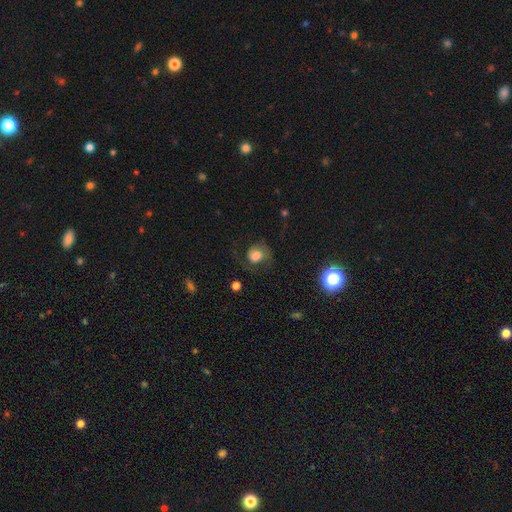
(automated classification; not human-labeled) Overall: smooth (49%; featured or disk 39%). Merging: none (49%; major disturbance 30%).